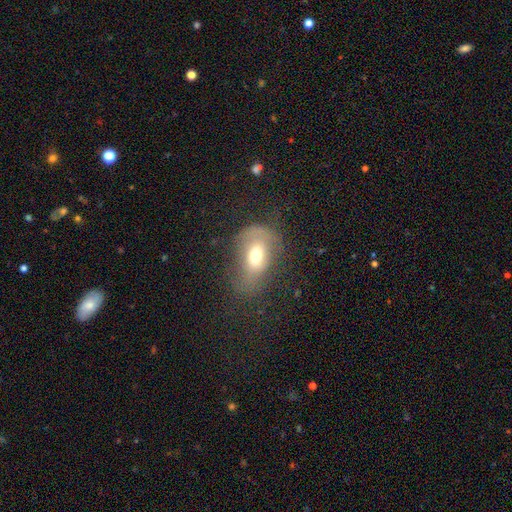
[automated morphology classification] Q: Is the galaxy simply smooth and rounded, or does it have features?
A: smooth — 59%.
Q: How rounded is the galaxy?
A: in between — 77%.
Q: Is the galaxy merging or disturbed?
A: none — 40%.